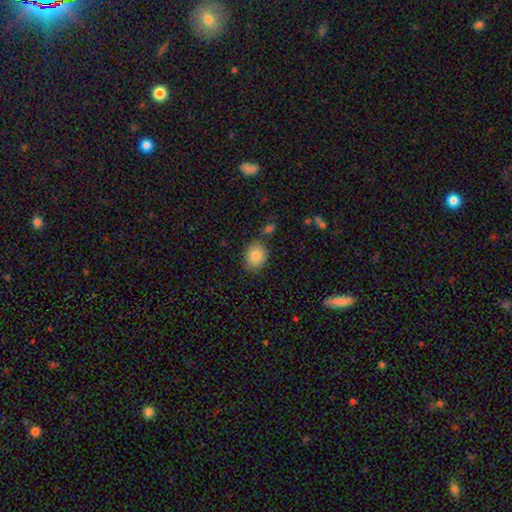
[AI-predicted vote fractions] This is clearly a smooth galaxy (83%). How rounded: possibly round (56%). Merging: clearly none (81%).